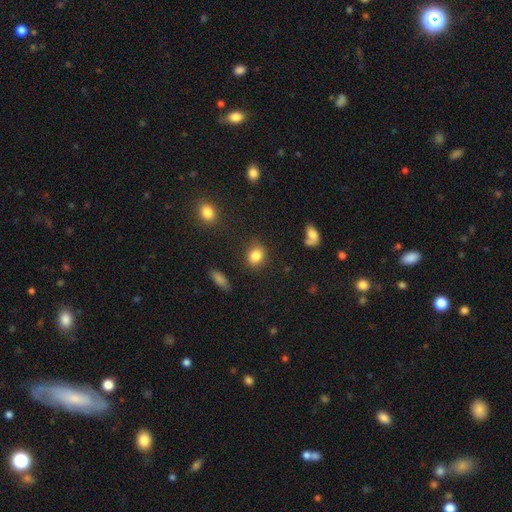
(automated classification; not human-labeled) Smooth or featured?
  - smooth: 84% *
  - star or artifact: 10%
  - featured or disk: 6%
How rounded?
  - round: 53% *
  - in between: 45%
  - cigar-shaped: 1%
Merging?
  - none: 81% *
  - minor disturbance: 13%
  - major disturbance: 4%
  - merger: 3%